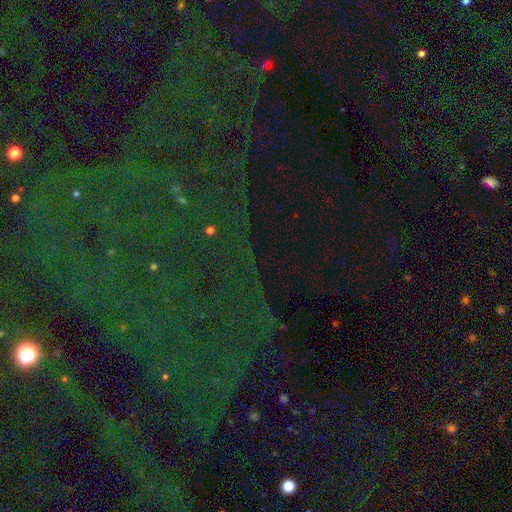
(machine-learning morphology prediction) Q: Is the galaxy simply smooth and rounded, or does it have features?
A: star or artifact — 82%.